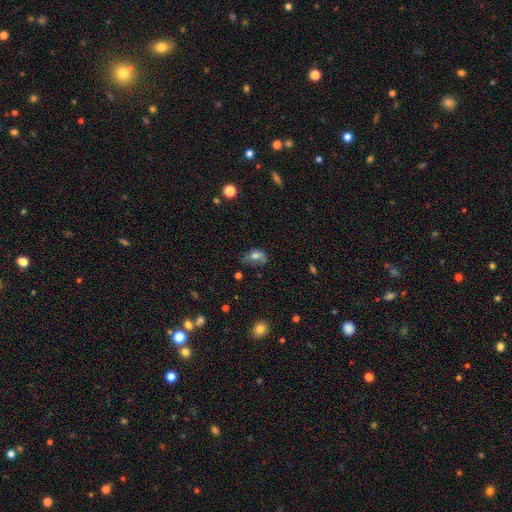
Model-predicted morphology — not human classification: Smooth or featured?
  - smooth: 57% *
  - featured or disk: 29%
  - star or artifact: 14%
How rounded?
  - in between: 78% *
  - round: 18%
  - cigar-shaped: 3%
Merging?
  - none: 37% *
  - minor disturbance: 31%
  - major disturbance: 27%
  - merger: 5%